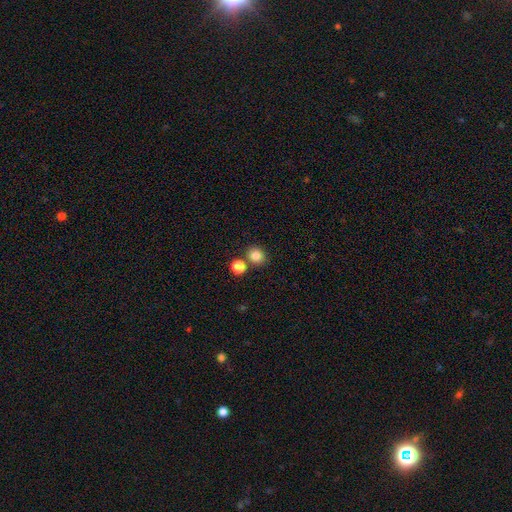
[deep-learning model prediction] smooth-or-featured: smooth: 83% | star or artifact: 12% | featured or disk: 5%
  how-rounded: round: 80% | in between: 19% | cigar-shaped: 1%
  merging: none: 75% | merger: 15% | minor disturbance: 8% | major disturbance: 3%